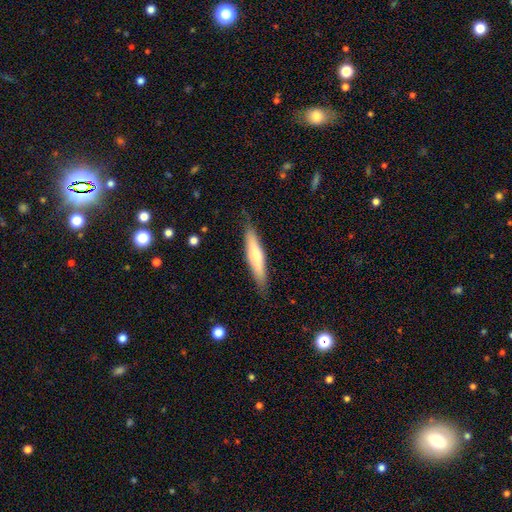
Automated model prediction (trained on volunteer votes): This appears to be a smooth galaxy with no disk features (62%) that is cigar-shaped (83%). Merging: none (83%).